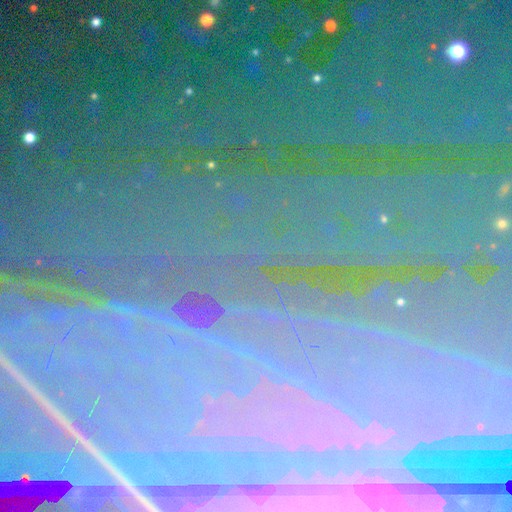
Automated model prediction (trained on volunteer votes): Smooth or featured: star or artifact — 81% (featured or disk — 10%)